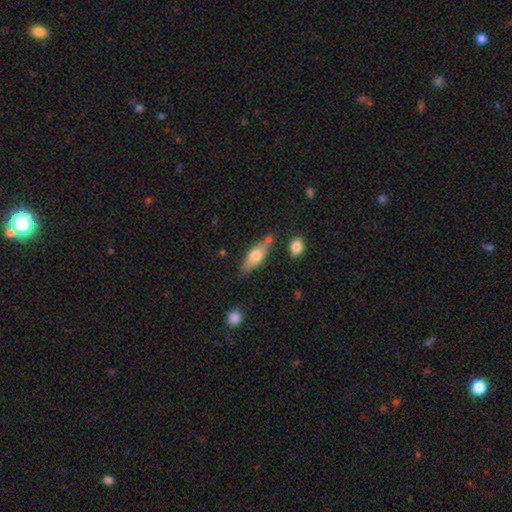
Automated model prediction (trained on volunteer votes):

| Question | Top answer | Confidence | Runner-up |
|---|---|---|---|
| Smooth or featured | smooth | 64% | featured or disk (30%) |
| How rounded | in between | 65% | cigar-shaped (32%) |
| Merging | none | 70% | minor disturbance (17%) |